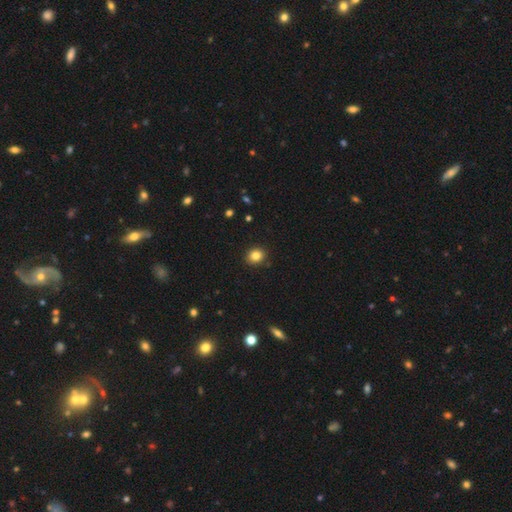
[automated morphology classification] The model was most divided on "how rounded": round: 69%, in between: 30%, cigar-shaped: 1%. More confident: merging — none (90%); smooth or featured — smooth (83%).